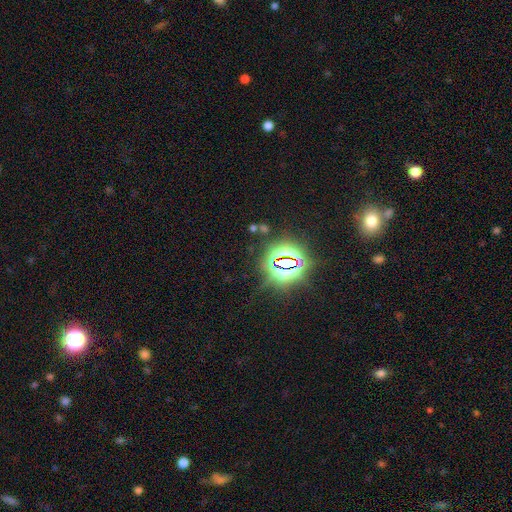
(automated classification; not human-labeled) smooth-or-featured: star or artifact: 81% | smooth: 12% | featured or disk: 7%